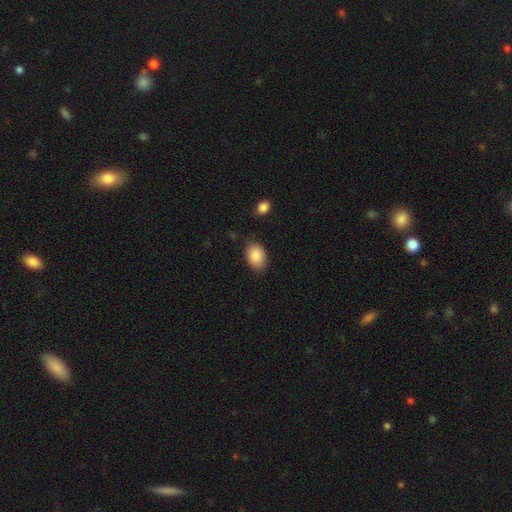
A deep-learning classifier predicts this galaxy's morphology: The model was most divided on "merging": none: 81%, minor disturbance: 14%, major disturbance: 3%, merger: 2%. More confident: smooth or featured — smooth (88%); how rounded — in between (84%).